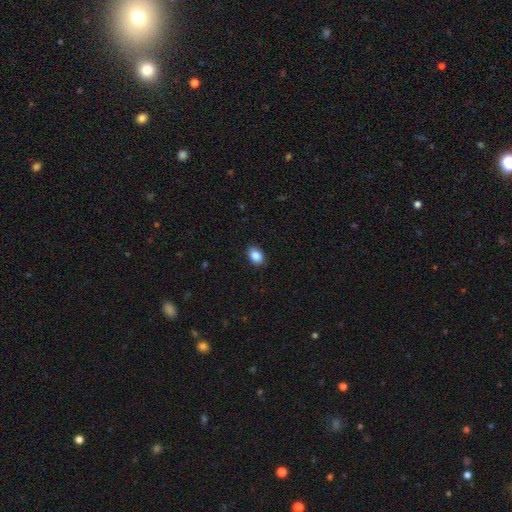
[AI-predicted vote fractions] smooth-or-featured: smooth: 87% | star or artifact: 8% | featured or disk: 5%
  how-rounded: in between: 77% | round: 22% | cigar-shaped: 1%
  merging: none: 88% | minor disturbance: 9% | major disturbance: 2% | merger: 1%